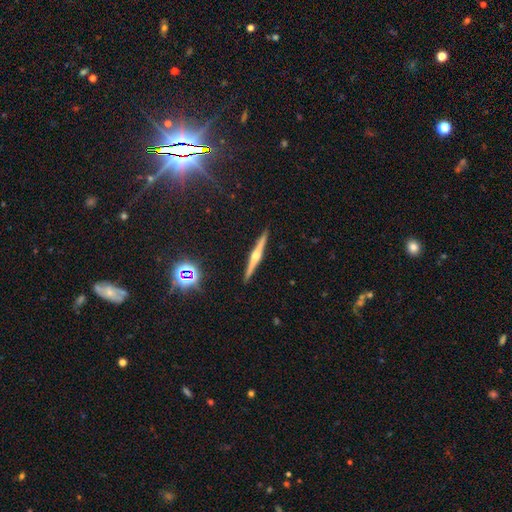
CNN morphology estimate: Smooth or featured? featured or disk (77%)
Edge-on disk? yes (98%)
Edge-on bulge? rounded (91%)
Merging? none (92%)